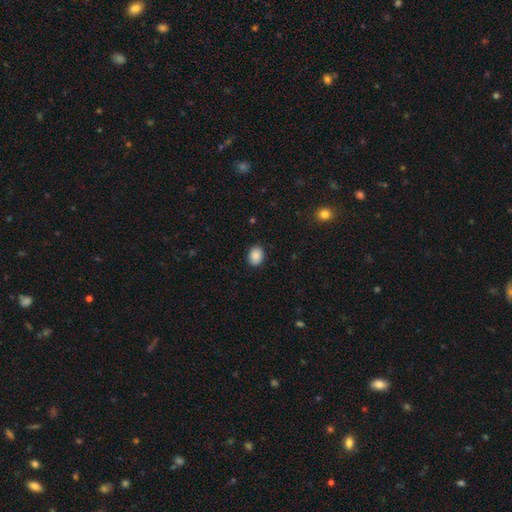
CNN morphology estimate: Smooth or featured: smooth — 89% (star or artifact — 8%)
How rounded: in between — 58% (round — 41%)
Merging: none — 89% (minor disturbance — 8%)